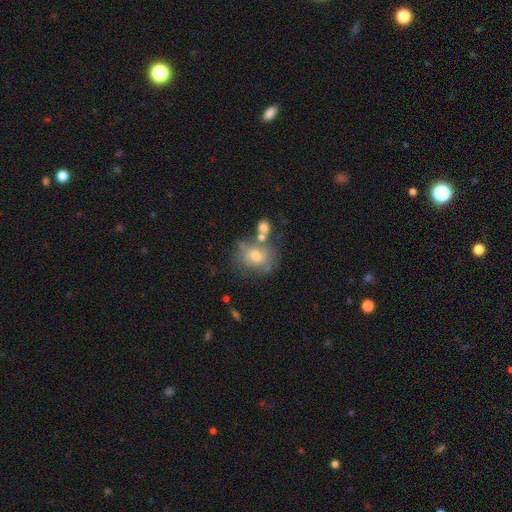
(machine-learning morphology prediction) This is possibly a smooth galaxy (54%). How rounded: likely round (66%). Merging: possibly none (49%).